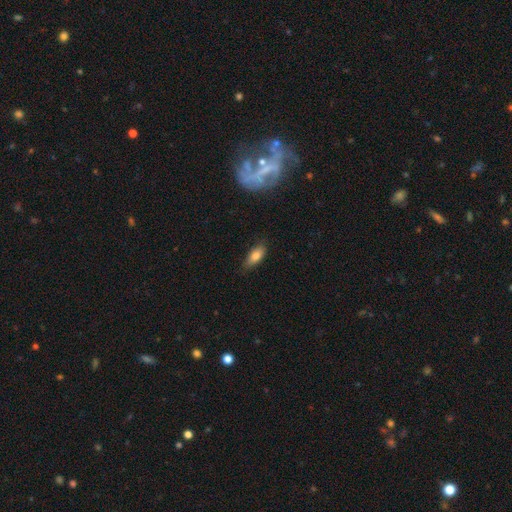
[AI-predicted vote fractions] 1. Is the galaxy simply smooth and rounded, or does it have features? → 79% smooth, 13% featured or disk, 8% star or artifact.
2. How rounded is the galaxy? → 80% in between, 16% cigar-shaped, 3% round.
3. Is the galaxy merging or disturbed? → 77% none, 18% minor disturbance, 3% major disturbance, 1% merger.